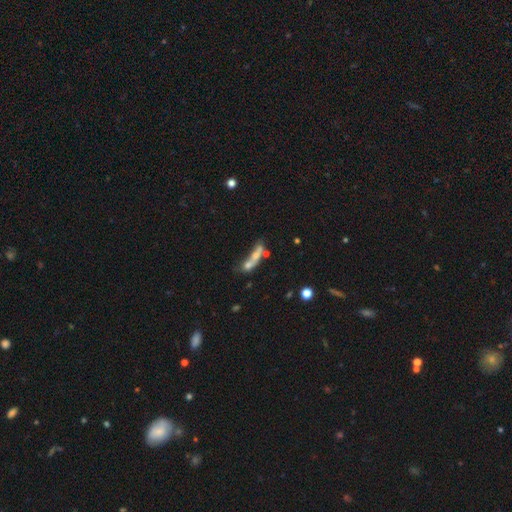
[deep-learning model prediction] Overall: smooth (50%; featured or disk 36%). How rounded: cigar-shaped (57%; in between 35%). Merging: merger (51%; none 22%).